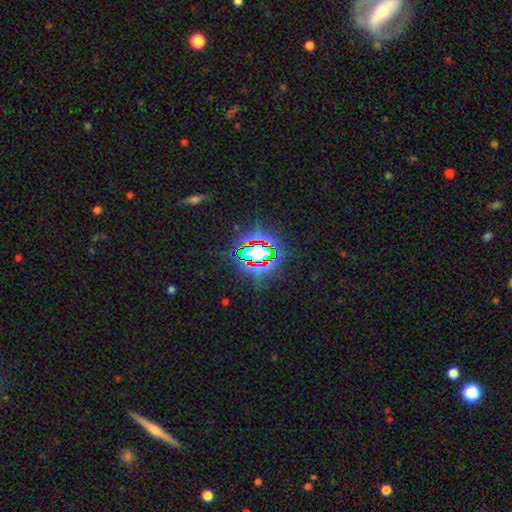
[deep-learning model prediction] smooth_or_featured: star or artifact (p=0.74) [alt: smooth p=0.15]